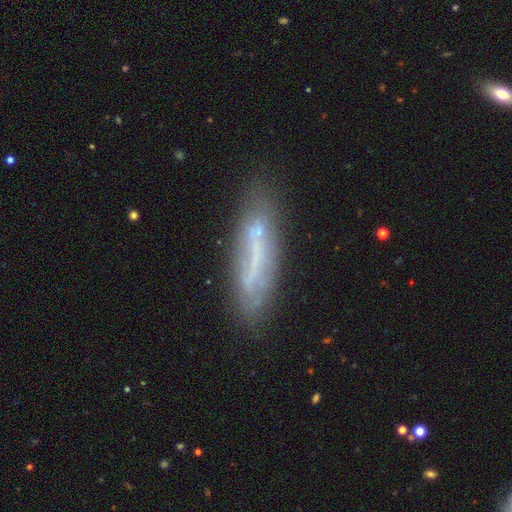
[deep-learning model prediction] The model was most divided on "smooth or featured": featured or disk: 50%, smooth: 40%, star or artifact: 11%. More confident: merging — none (65%).